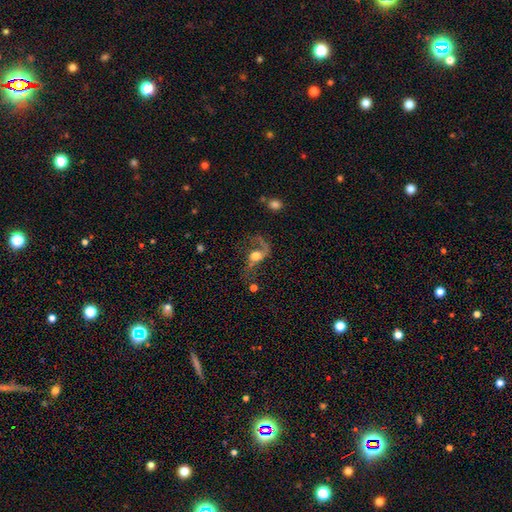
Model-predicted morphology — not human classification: A featured or disk galaxy (64%) with no bar (64%), 2 (60%) loose (78%) spiral arms (83%) and a moderate central bulge (49%).

Vote fractions:
- Smooth or featured? featured or disk: 64% / smooth: 26% / star or artifact: 10%
- Edge-on disk? no: 95% / yes: 5%
- Bar? no: 64% / weak: 27% / strong: 9%
- Spiral arms? yes: 83% / no: 17%
- Spiral winding? loose: 78% / medium: 18% / tight: 4%
- Spiral arm count? 2: 60% / 1: 34% / can't tell: 3% / 3: 1% / 4: 1% / more than 4: 1%
- Bulge size? moderate: 49% / large: 35% / small: 9% / dominant: 5% / none: 3%
- Merging? major disturbance: 42% / none: 34% / minor disturbance: 15% / merger: 8%